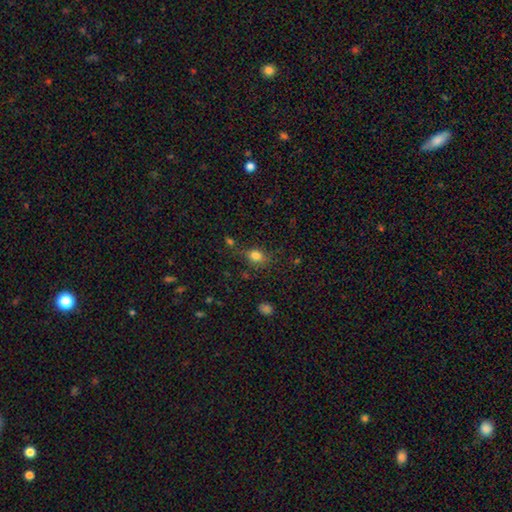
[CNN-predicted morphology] Smooth or featured? Predicted: smooth (p=0.80). How rounded? Predicted: in between (p=0.55). Merging? Predicted: none (p=0.68).